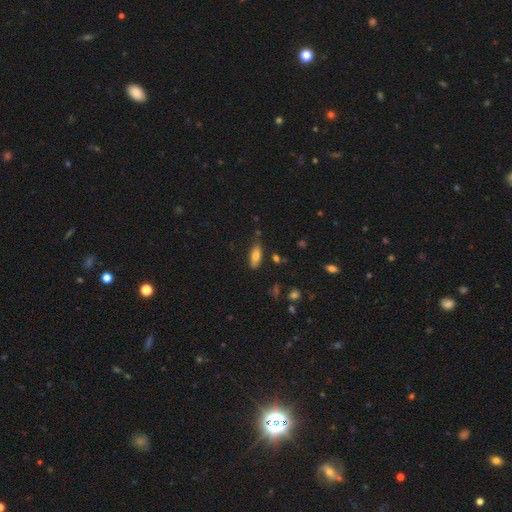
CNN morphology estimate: Smooth or featured: smooth — 76% (featured or disk — 16%)
How rounded: in between — 65% (cigar-shaped — 33%)
Merging: none — 69% (minor disturbance — 22%)